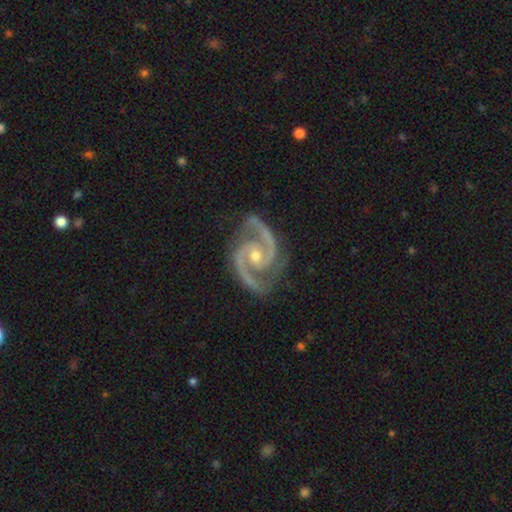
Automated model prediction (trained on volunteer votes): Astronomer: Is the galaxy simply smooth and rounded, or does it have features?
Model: featured or disk — 95%.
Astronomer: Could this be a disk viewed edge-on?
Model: no — 98%.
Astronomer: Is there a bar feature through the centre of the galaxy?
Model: no — 59%.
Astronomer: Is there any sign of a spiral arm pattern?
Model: yes — 99%.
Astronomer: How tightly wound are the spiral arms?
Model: medium — 58% (runner-up: tight, 37%).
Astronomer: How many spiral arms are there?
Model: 2 — 92%.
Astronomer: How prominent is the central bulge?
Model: moderate — 56% (runner-up: small, 41%).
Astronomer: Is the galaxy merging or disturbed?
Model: none — 80%.